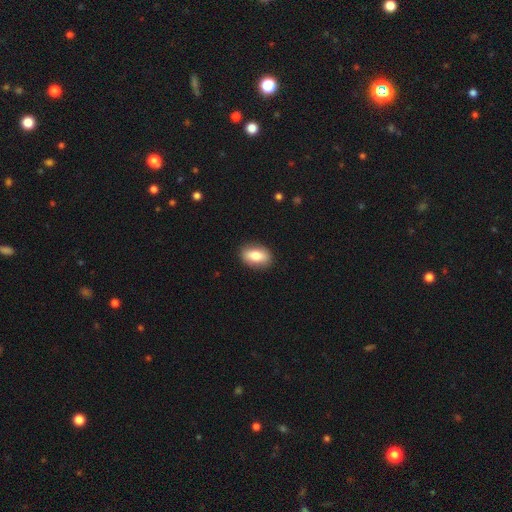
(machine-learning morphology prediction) Smooth or featured?
  - smooth: 78% *
  - featured or disk: 15%
  - star or artifact: 7%
How rounded?
  - in between: 87% *
  - round: 10%
  - cigar-shaped: 3%
Merging?
  - none: 88% *
  - minor disturbance: 9%
  - major disturbance: 2%
  - merger: 1%